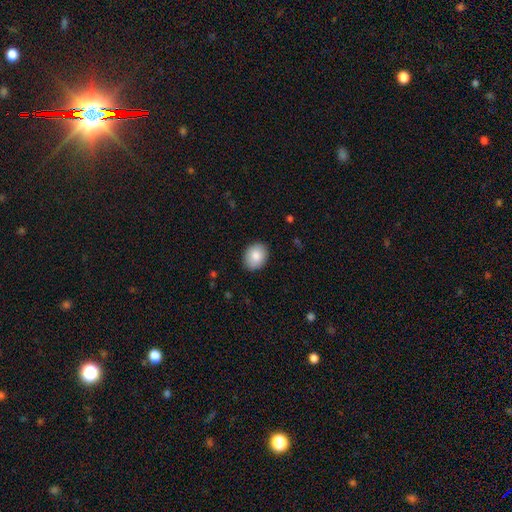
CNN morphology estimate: The model was most divided on "how rounded": in between: 59%, round: 40%, cigar-shaped: 1%. More confident: merging — none (89%); smooth or featured — smooth (85%).